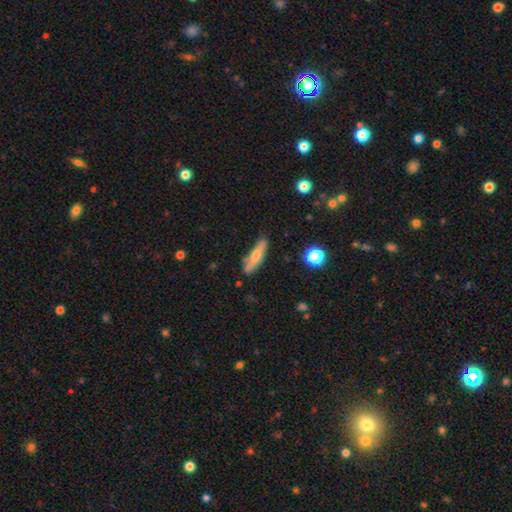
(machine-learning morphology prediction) This is likely a smooth galaxy (61%). How rounded: likely cigar-shaped (70%). Merging: likely none (66%).